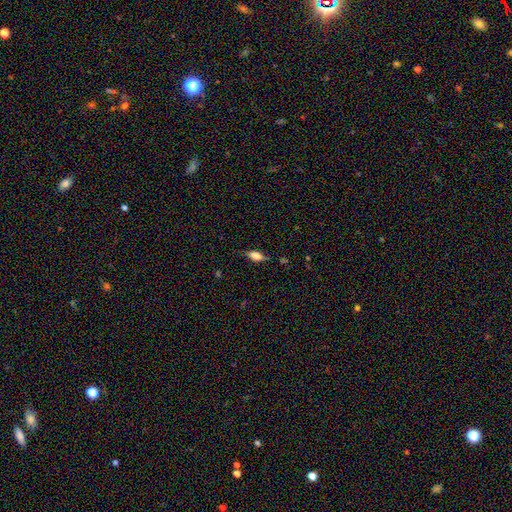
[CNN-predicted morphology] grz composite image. It shows a smooth galaxy with no disk features (63%) that is in between round and cigar-shaped (75%). Merging: none (72%).